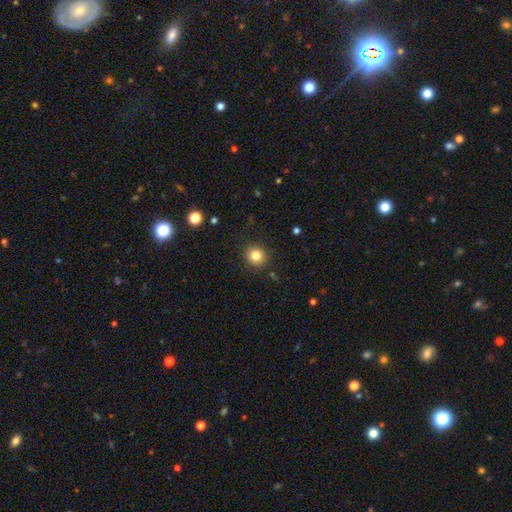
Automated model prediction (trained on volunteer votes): A smooth galaxy with no disk features (82%) that is round (90%). Merging: none (90%).